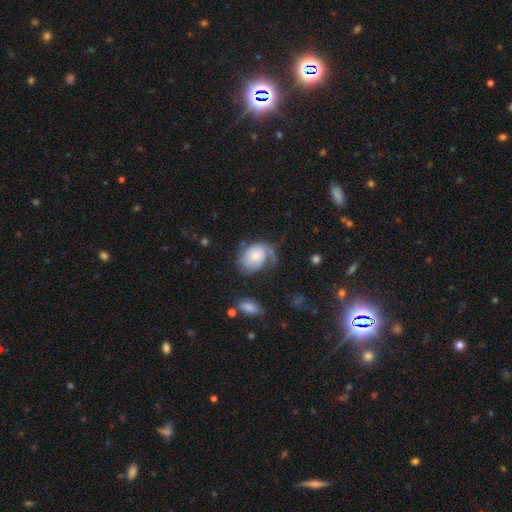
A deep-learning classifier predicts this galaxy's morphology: Smooth or featured? featured or disk (63%)
Edge-on disk? no (97%)
Bar? no (73%)
Spiral arms? yes (86%)
Spiral winding? tight (43%)
Spiral arm count? 2 (32%)
Bulge size? small (52%)
Merging? none (40%)